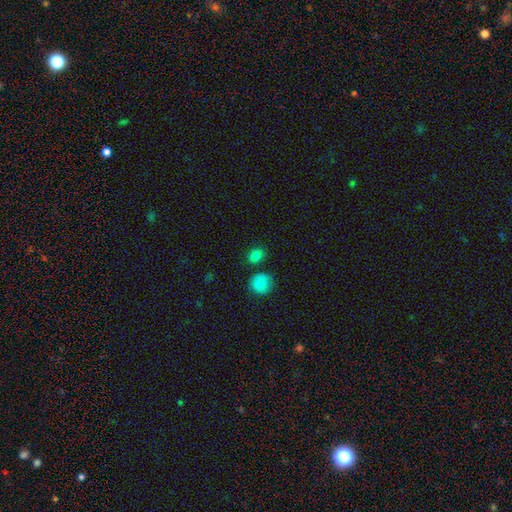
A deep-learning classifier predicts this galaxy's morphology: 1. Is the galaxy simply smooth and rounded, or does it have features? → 84% smooth, 12% star or artifact, 5% featured or disk.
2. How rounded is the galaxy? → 53% in between, 46% round, 1% cigar-shaped.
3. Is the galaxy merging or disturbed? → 74% none, 14% minor disturbance, 9% merger, 4% major disturbance.